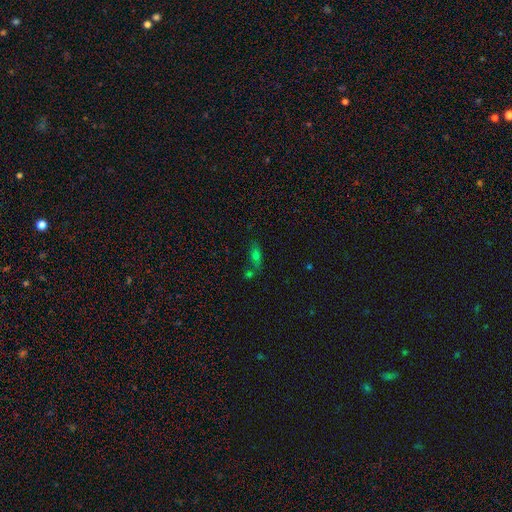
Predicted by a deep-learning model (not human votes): A smooth galaxy with no disk features (60%) that is in between round and cigar-shaped (66%). Merging: none (57%).